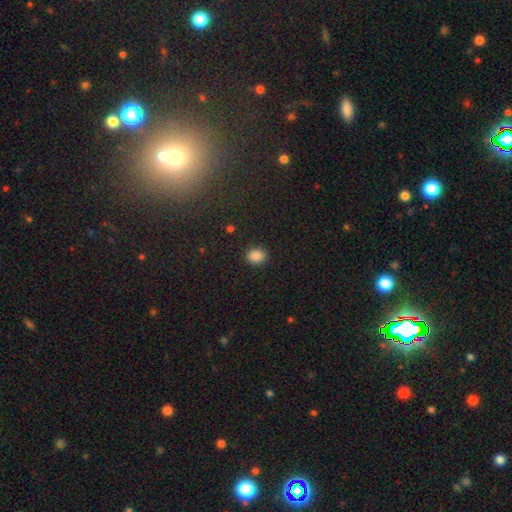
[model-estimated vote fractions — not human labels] Smooth or featured: smooth — 86% (star or artifact — 10%)
How rounded: round — 71% (in between — 28%)
Merging: none — 90% (minor disturbance — 7%)